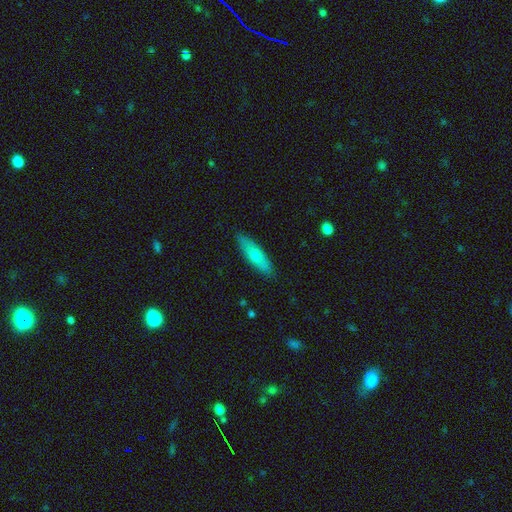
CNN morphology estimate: Smooth or featured: smooth — 60% (featured or disk — 34%)
How rounded: cigar-shaped — 59% (in between — 39%)
Merging: none — 88% (minor disturbance — 9%)